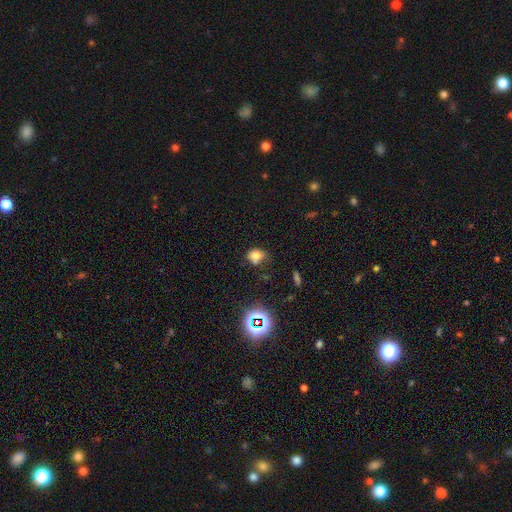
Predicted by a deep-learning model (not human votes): smooth-or-featured: smooth: 72% | star or artifact: 19% | featured or disk: 10%
  how-rounded: round: 50% | in between: 48% | cigar-shaped: 1%
  merging: none: 56% | minor disturbance: 23% | merger: 14% | major disturbance: 8%